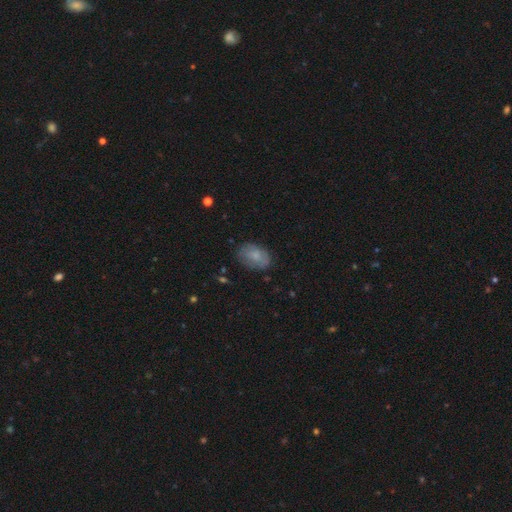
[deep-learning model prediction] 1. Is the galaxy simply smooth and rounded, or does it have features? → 71% smooth, 21% featured or disk, 8% star or artifact.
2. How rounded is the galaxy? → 86% in between, 12% round, 1% cigar-shaped.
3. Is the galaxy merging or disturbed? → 74% none, 19% minor disturbance, 5% major disturbance, 1% merger.